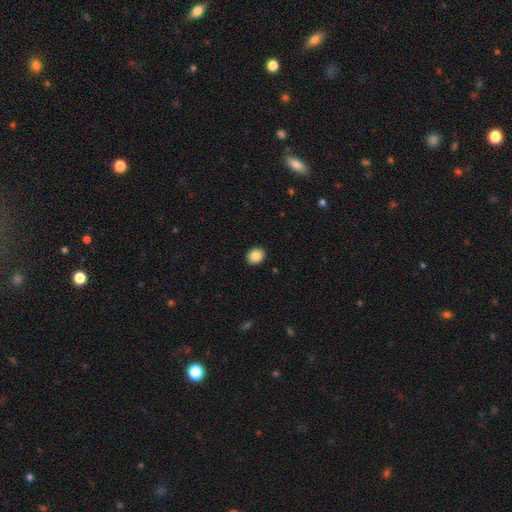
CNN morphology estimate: smooth-or-featured: smooth: 85% | star or artifact: 8% | featured or disk: 6%
  how-rounded: round: 66% | in between: 33% | cigar-shaped: 1%
  merging: none: 92% | minor disturbance: 6% | major disturbance: 2% | merger: 1%